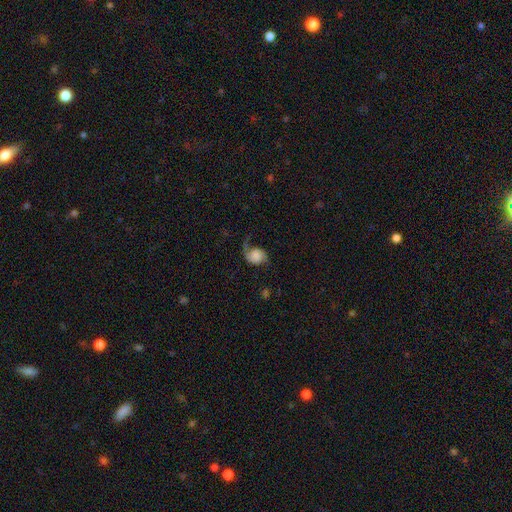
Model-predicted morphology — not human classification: A featured or disk galaxy (56%) with no bar (72%), spiral arms (91%) and no central bulge (36%). Merging: none (44%).